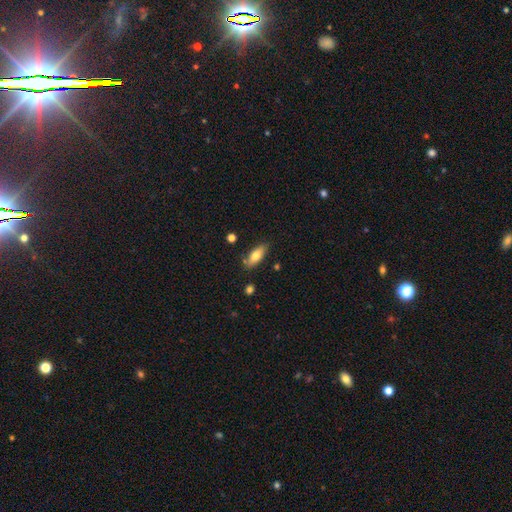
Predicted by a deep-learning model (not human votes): Smooth or featured?
  - smooth: 73% *
  - featured or disk: 20%
  - star or artifact: 7%
How rounded?
  - in between: 71% *
  - cigar-shaped: 26%
  - round: 3%
Merging?
  - none: 78% *
  - minor disturbance: 15%
  - merger: 4%
  - major disturbance: 3%